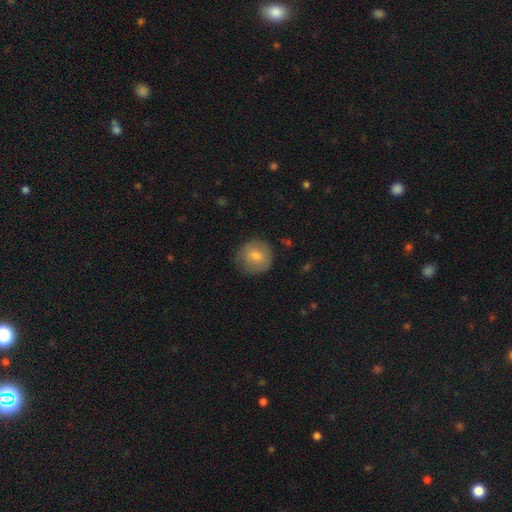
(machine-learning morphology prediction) Smooth or featured? Predicted: smooth (p=0.71). How rounded? Predicted: round (p=0.92). Merging? Predicted: none (p=0.82).